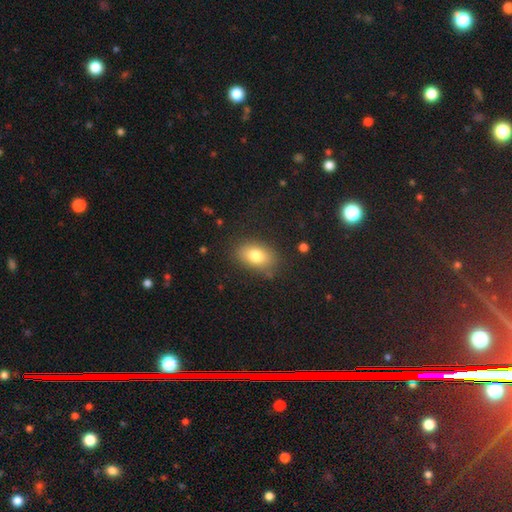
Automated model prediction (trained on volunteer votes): Smooth or featured? Predicted: smooth (p=0.80). How rounded? Predicted: in between (p=0.86). Merging? Predicted: none (p=0.81).